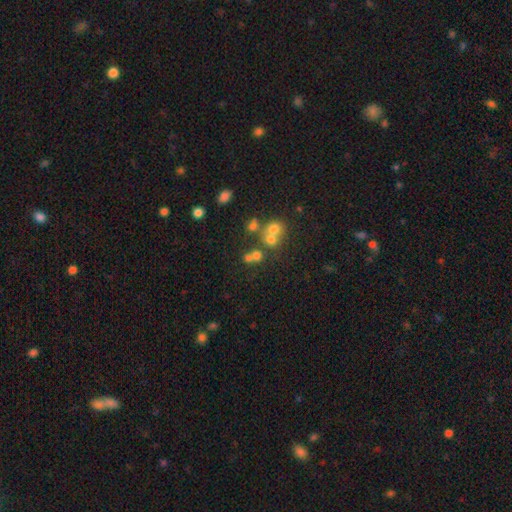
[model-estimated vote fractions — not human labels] A smooth galaxy with no disk features (62%) that is round (76%). Merging: merger (44%).